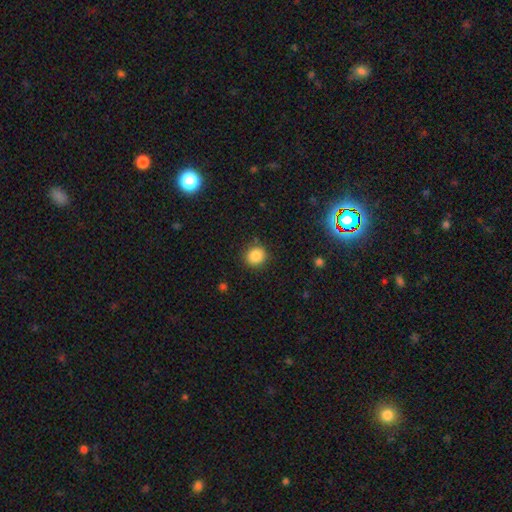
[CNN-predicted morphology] Smooth or featured? Predicted: smooth (p=0.86). How rounded? Predicted: round (p=0.89). Merging? Predicted: none (p=0.89).